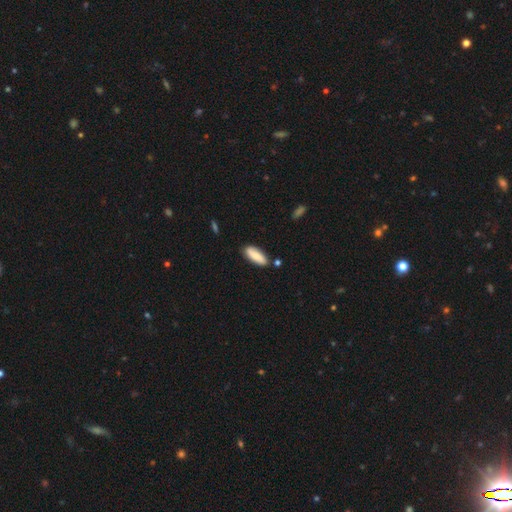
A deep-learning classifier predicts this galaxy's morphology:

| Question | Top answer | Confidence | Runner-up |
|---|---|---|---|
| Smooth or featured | smooth | 77% | featured or disk (18%) |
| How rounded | in between | 66% | cigar-shaped (32%) |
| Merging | none | 82% | minor disturbance (12%) |